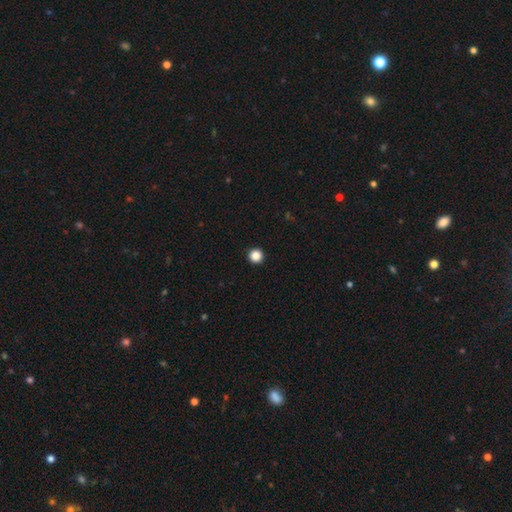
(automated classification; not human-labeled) This appears to be a smooth galaxy with no disk features (87%) that is round (97%). Merging: none (94%).